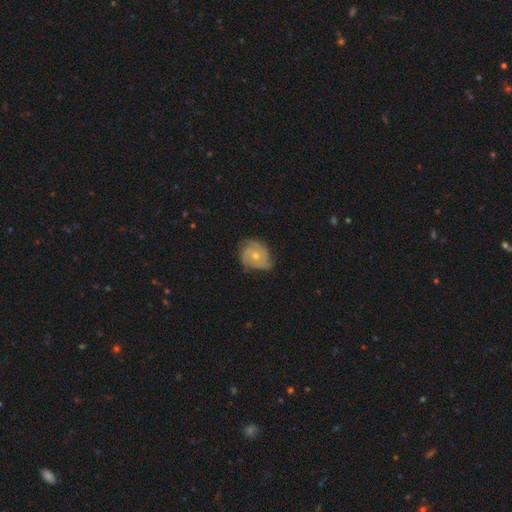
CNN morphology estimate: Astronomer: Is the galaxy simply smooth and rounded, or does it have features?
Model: featured or disk — 73%.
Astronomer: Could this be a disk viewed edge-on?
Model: no — 97%.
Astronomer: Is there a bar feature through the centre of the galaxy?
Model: no — 81%.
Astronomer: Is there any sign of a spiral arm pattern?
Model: yes — 89%.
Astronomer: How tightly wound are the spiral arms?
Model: tight — 62%.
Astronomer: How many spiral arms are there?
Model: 3 — 33% (runner-up: 2, 30%).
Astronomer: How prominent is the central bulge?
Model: moderate — 58% (runner-up: small, 38%).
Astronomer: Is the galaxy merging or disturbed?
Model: none — 59%.